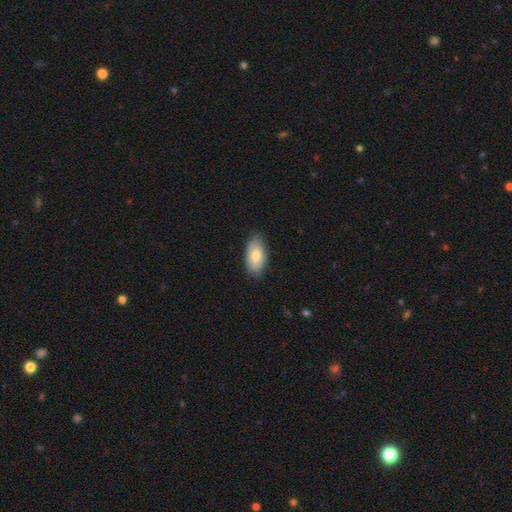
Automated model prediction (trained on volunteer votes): Q: Smooth or featured?
A: smooth (76%); runner-up: featured or disk (18%)
Q: How rounded?
A: in between (94%); runner-up: cigar-shaped (3%)
Q: Merging?
A: none (83%); runner-up: minor disturbance (14%)